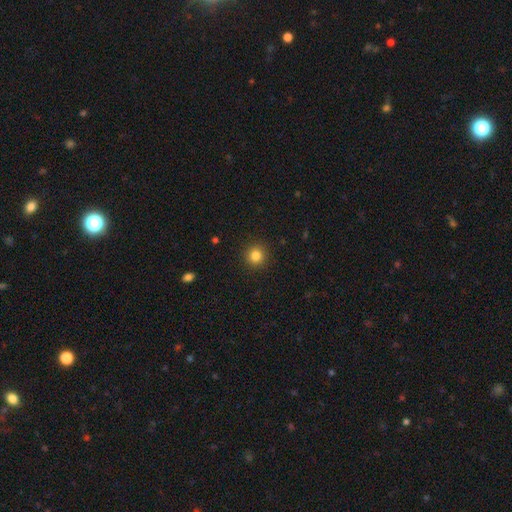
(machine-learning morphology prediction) The model was most divided on "smooth or featured": smooth: 83%, star or artifact: 12%, featured or disk: 5%. More confident: how rounded — round (93%); merging — none (92%).